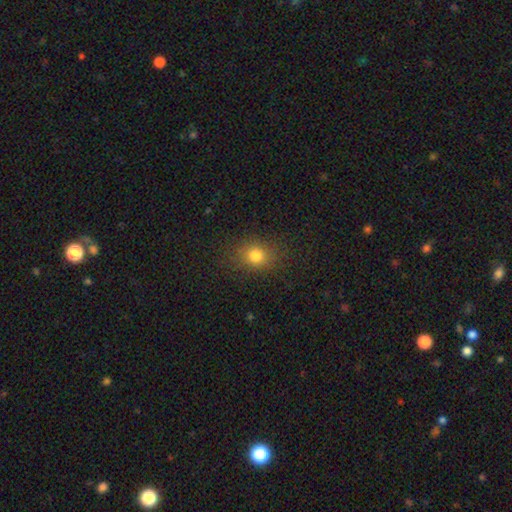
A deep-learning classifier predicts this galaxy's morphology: smooth 78%, star or artifact 15%, featured or disk 7%. Down the decision tree: how rounded — round (62%); merging — none (85%).